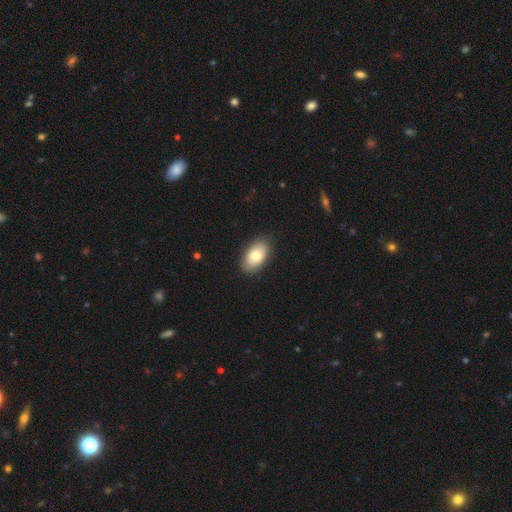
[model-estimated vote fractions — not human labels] Smooth or featured? Predicted: smooth (p=0.79). How rounded? Predicted: in between (p=0.94). Merging? Predicted: none (p=0.86).